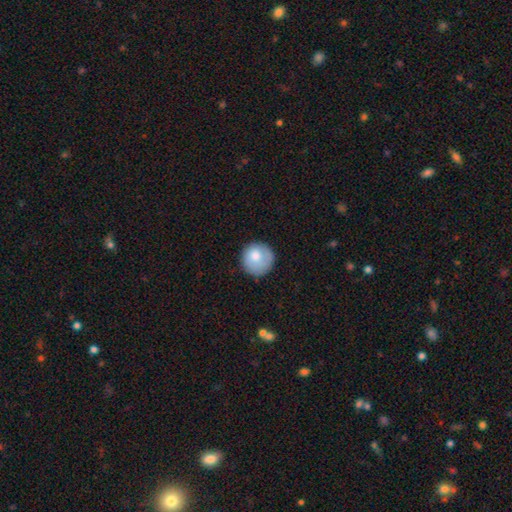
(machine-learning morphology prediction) Smooth or featured? smooth (79%)
How rounded? round (93%)
Merging? none (77%)